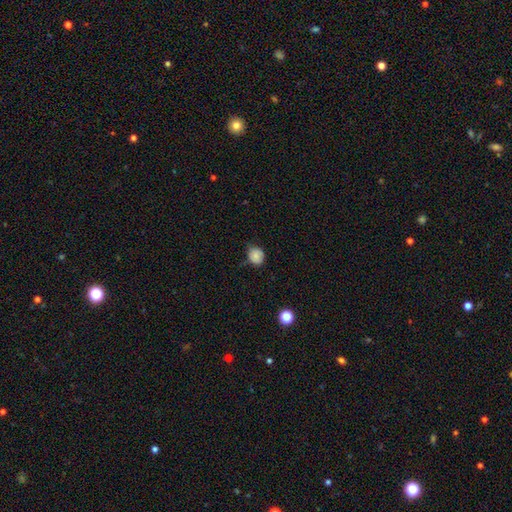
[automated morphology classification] Overall: smooth (83%). How rounded: round (69%; in between 30%). Merging: none (65%; minor disturbance 29%).